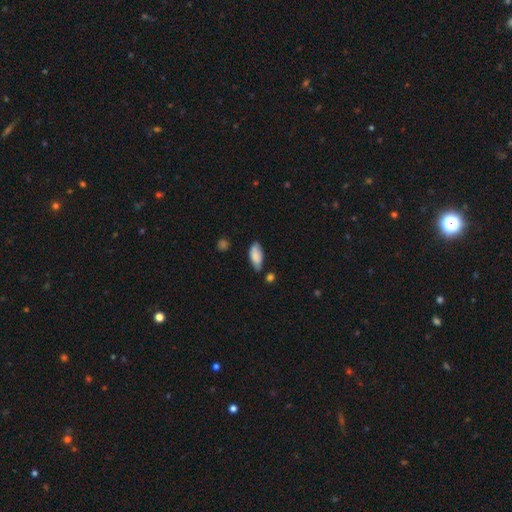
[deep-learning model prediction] smooth_or_featured: smooth (p=0.83) [alt: featured or disk p=0.11]
how_rounded: in between (p=0.83) [alt: cigar-shaped p=0.15]
merging: none (p=0.69) [alt: minor disturbance p=0.23]